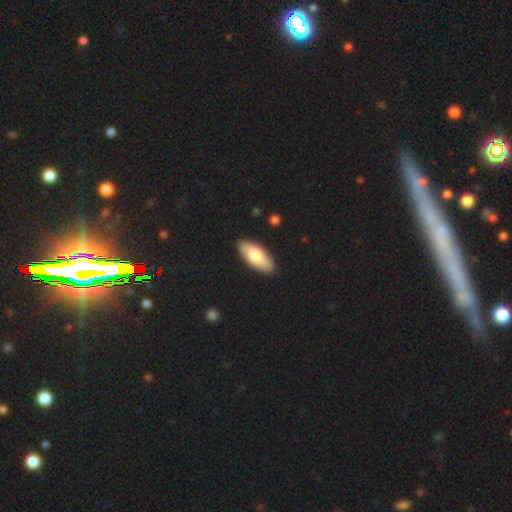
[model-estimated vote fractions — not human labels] Morphology: type=smooth (74%); roundness=in between (83%); merging=none (90%).